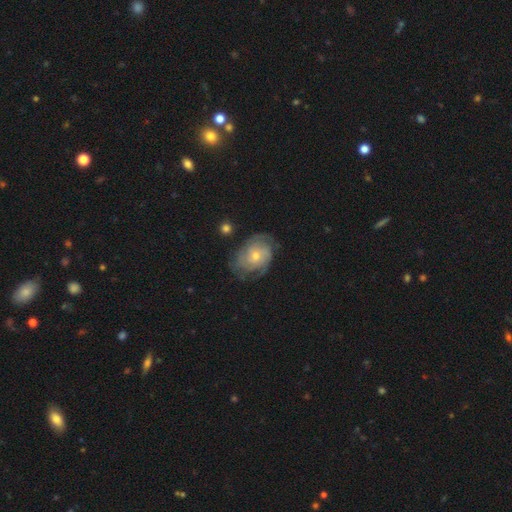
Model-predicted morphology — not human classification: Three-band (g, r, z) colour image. It shows a featured or disk galaxy (77%) with no bar (77%), tight (60%) spiral arms (92%) and a small central bulge (55%). Merging: none (70%).